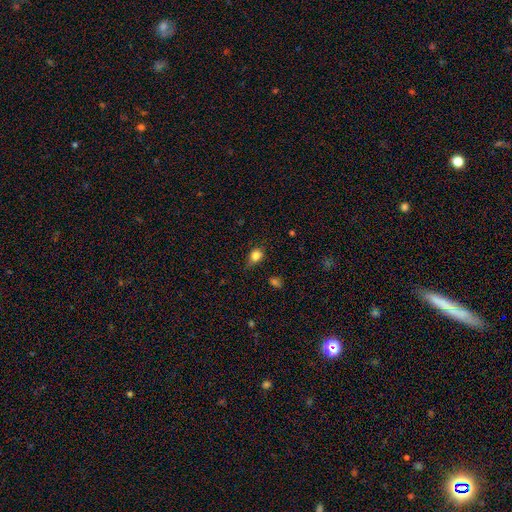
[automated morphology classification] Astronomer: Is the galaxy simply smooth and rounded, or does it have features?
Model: smooth — 83%.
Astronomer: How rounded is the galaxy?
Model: in between — 51% (runner-up: round, 47%).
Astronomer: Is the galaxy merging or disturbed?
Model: none — 63%.